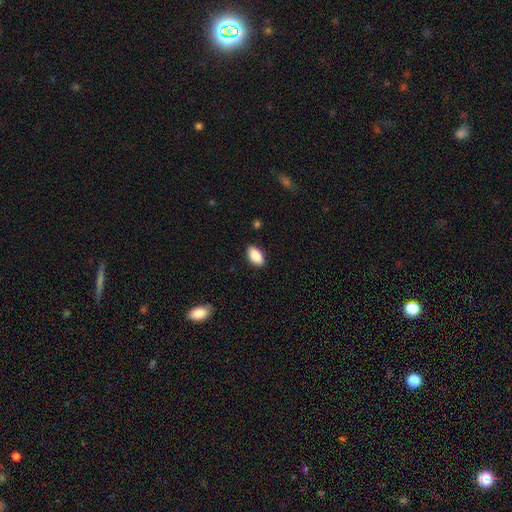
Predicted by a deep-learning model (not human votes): A smooth galaxy with no disk features (88%) that is in between round and cigar-shaped (93%). Merging: none (88%).